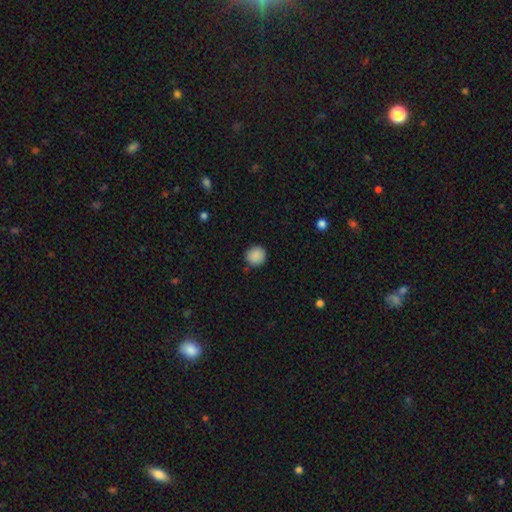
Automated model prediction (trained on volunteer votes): A smooth galaxy with no disk features (89%) that is round (93%). Merging: none (88%).